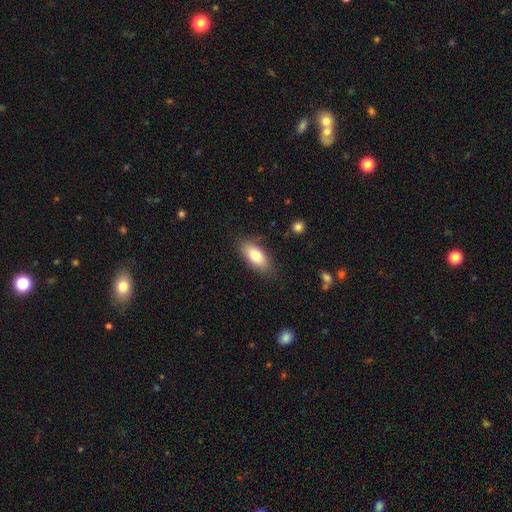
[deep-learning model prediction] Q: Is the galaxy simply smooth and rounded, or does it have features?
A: smooth — 77%.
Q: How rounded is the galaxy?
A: in between — 87%.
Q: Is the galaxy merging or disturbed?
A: none — 82%.